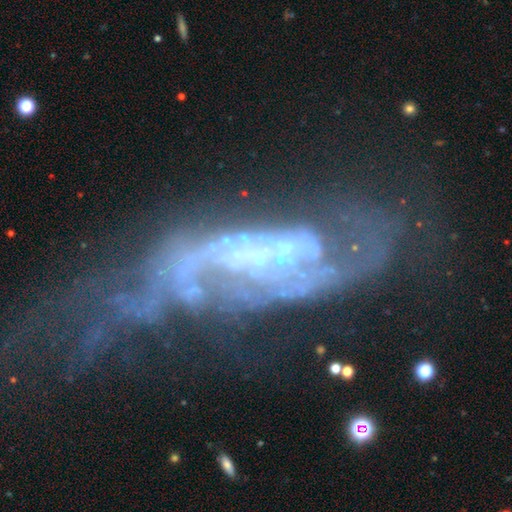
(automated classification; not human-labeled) Smooth or featured? featured or disk (81%)
Edge-on disk? no (88%)
Bar? no (56%)
Spiral arms? yes (76%)
Spiral winding? medium (39%)
Spiral arm count? 2 (44%)
Bulge size? small (49%)
Merging? major disturbance (45%)